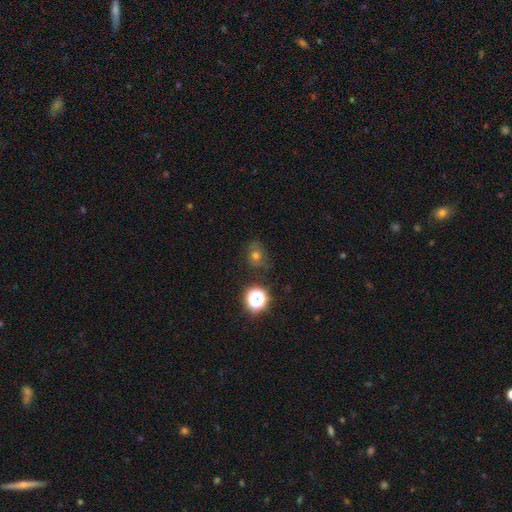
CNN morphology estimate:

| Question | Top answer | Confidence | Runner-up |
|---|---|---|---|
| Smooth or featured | smooth | 57% | star or artifact (26%) |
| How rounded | round | 68% | in between (31%) |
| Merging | none | 70% | minor disturbance (20%) |